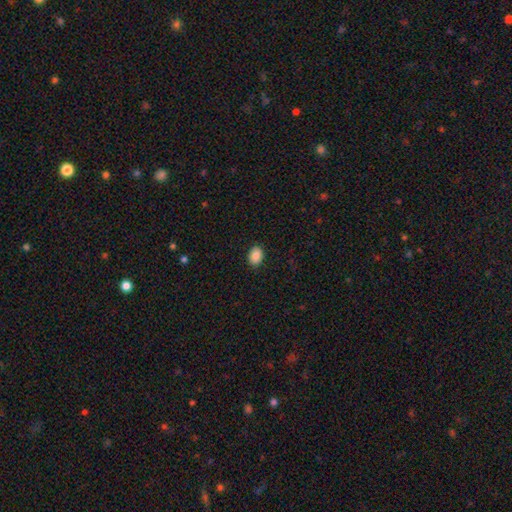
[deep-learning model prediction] Smooth or featured?
  - smooth: 86% *
  - star or artifact: 8%
  - featured or disk: 6%
How rounded?
  - in between: 72% *
  - round: 27%
  - cigar-shaped: 1%
Merging?
  - none: 89% *
  - minor disturbance: 8%
  - major disturbance: 2%
  - merger: 1%